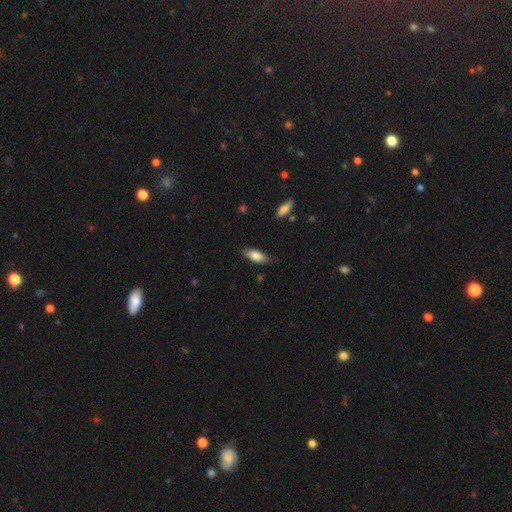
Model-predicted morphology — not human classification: A smooth galaxy with no disk features (79%) that is in between round and cigar-shaped (74%). Merging: none (81%).